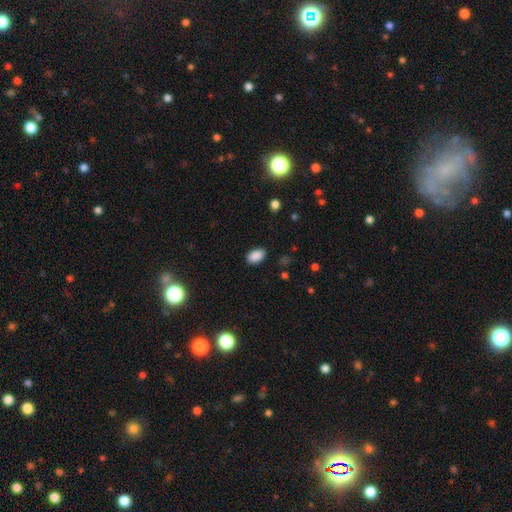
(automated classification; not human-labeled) A smooth galaxy with no disk features (88%) that is in between round and cigar-shaped (88%). Merging: none (87%).